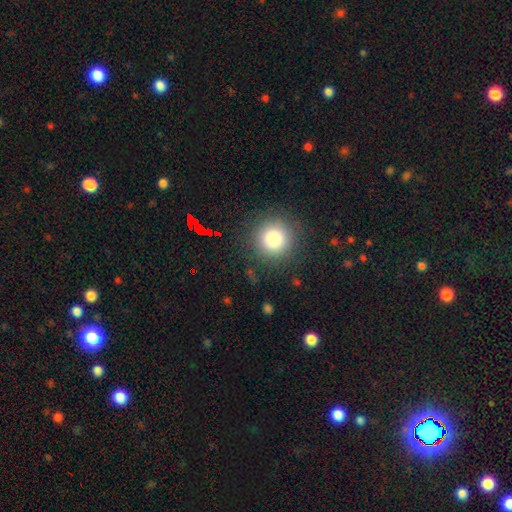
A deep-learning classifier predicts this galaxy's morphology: A smooth galaxy with no disk features (73%) that is round (94%). Merging: none (90%).